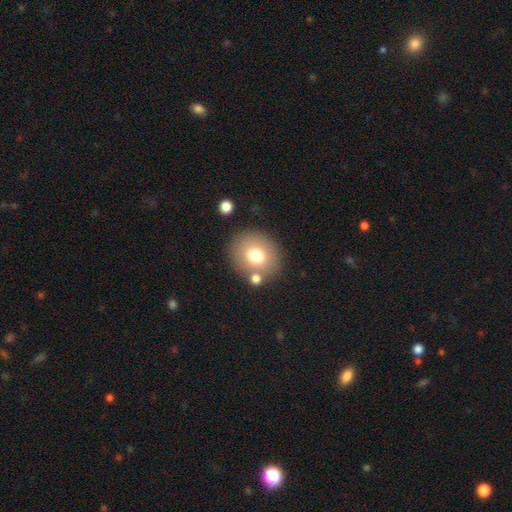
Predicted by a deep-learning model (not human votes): Smooth or featured? smooth (73%)
How rounded? round (69%)
Merging? none (78%)